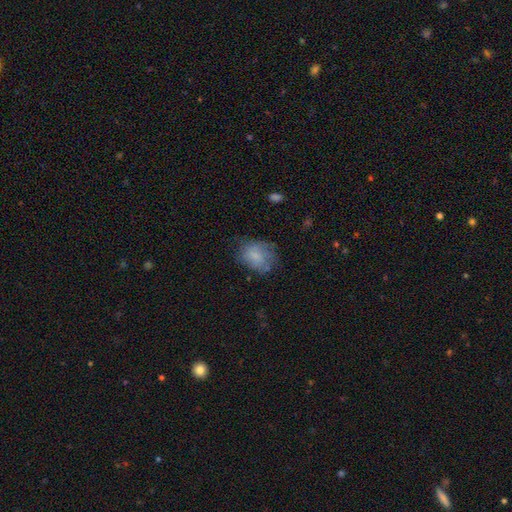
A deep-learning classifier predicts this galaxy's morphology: Smooth or featured: smooth — 72% (featured or disk — 19%)
How rounded: in between — 57% (round — 42%)
Merging: none — 57% (minor disturbance — 27%)